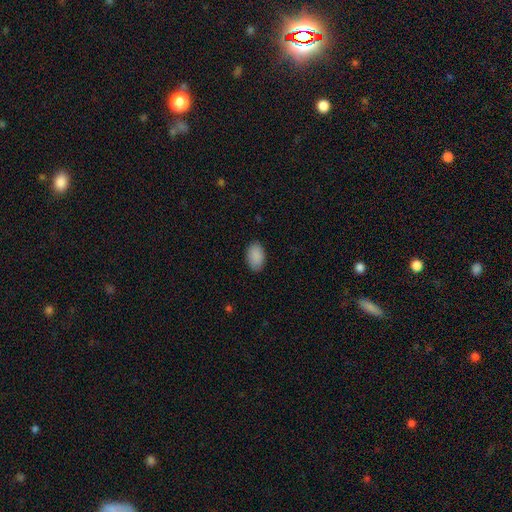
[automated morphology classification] This appears to be a smooth galaxy with no disk features (90%) that is in between round and cigar-shaped (93%). Merging: none (87%).